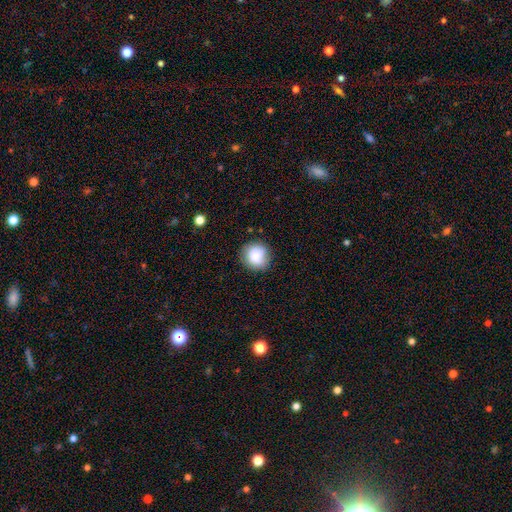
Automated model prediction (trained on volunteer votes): The model was most divided on "merging": none: 81%, minor disturbance: 14%, major disturbance: 3%, merger: 1%. More confident: how rounded — round (89%); smooth or featured — smooth (84%).